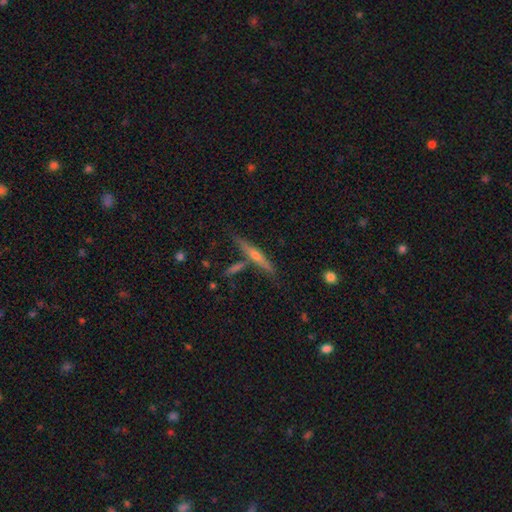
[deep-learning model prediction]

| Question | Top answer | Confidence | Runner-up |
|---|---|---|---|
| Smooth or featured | featured or disk | 63% | smooth (30%) |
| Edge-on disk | yes | 96% | no (4%) |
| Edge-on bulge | rounded | 74% | none (20%) |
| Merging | none | 78% | minor disturbance (11%) |